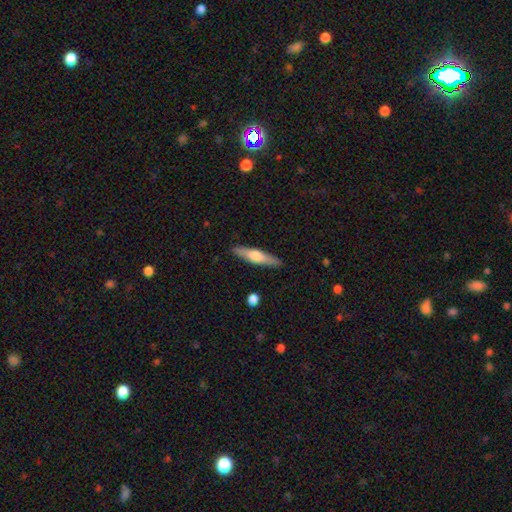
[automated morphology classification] Smooth or featured?
  - featured or disk: 49% *
  - smooth: 45%
  - star or artifact: 6%
Merging?
  - none: 89% *
  - minor disturbance: 8%
  - major disturbance: 2%
  - merger: 1%